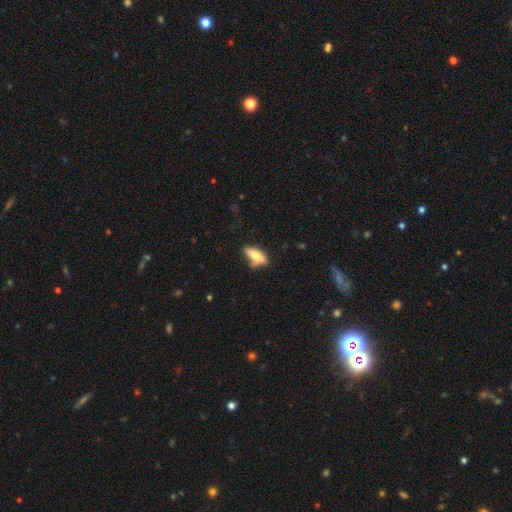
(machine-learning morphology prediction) Q: Smooth or featured?
A: smooth (63%); runner-up: featured or disk (30%)
Q: How rounded?
A: in between (77%); runner-up: cigar-shaped (19%)
Q: Merging?
A: none (56%); runner-up: minor disturbance (27%)